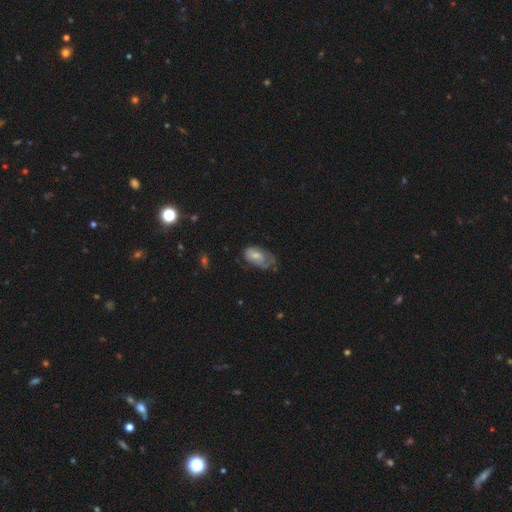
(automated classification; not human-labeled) Overall: smooth (59%; featured or disk 33%). How rounded: in between (91%). Merging: minor disturbance (38%; none 31%).